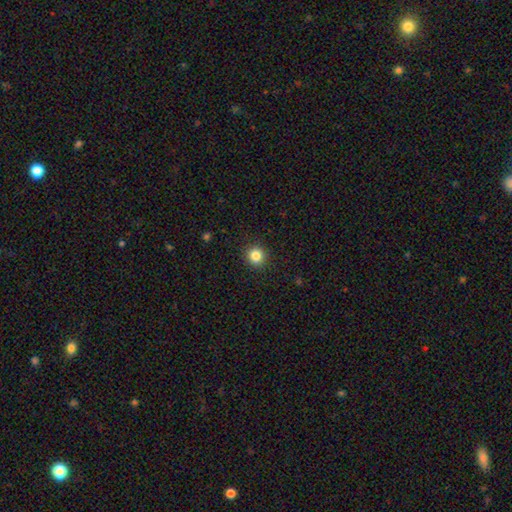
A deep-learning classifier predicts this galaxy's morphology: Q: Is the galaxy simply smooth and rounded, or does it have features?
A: smooth — 84%.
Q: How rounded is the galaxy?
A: round — 92%.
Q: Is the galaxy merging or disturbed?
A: none — 92%.